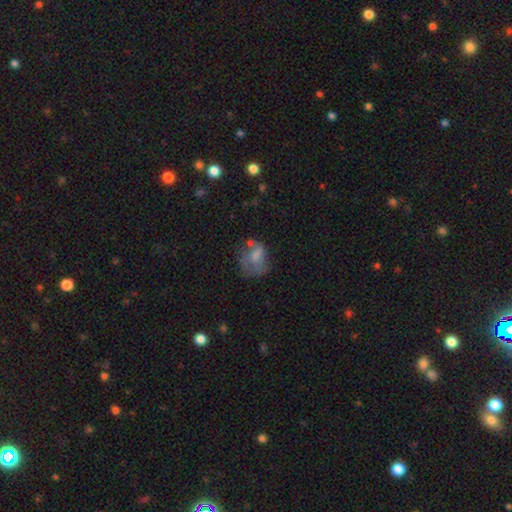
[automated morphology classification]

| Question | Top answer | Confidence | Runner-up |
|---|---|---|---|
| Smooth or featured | smooth | 50% | featured or disk (36%) |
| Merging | none | 39% | major disturbance (28%) |